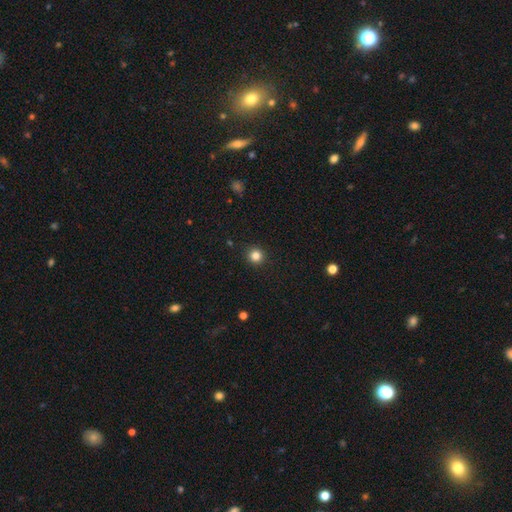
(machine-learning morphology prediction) Smooth or featured?
  - smooth: 83% *
  - star or artifact: 13%
  - featured or disk: 5%
How rounded?
  - round: 94% *
  - in between: 5%
  - cigar-shaped: 1%
Merging?
  - none: 92% *
  - minor disturbance: 5%
  - major disturbance: 2%
  - merger: 1%